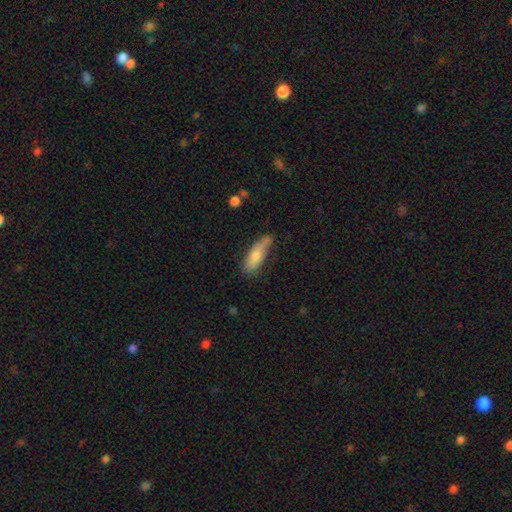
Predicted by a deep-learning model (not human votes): This is likely a smooth galaxy (72%). How rounded: possibly in between (51%). Merging: possibly none (56%).